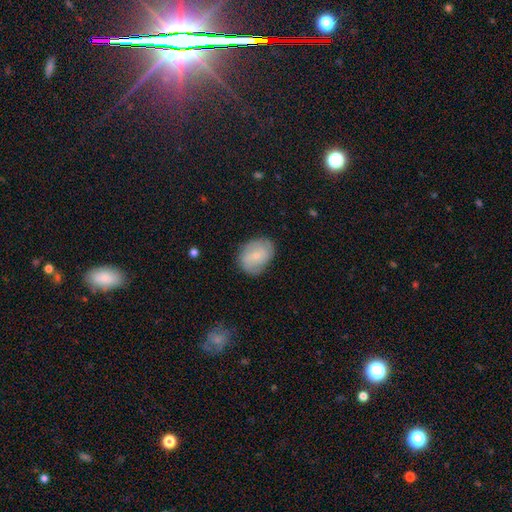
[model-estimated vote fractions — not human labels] This appears to be a smooth galaxy with no disk features (55%) that is in between round and cigar-shaped (66%). Merging: none (76%).